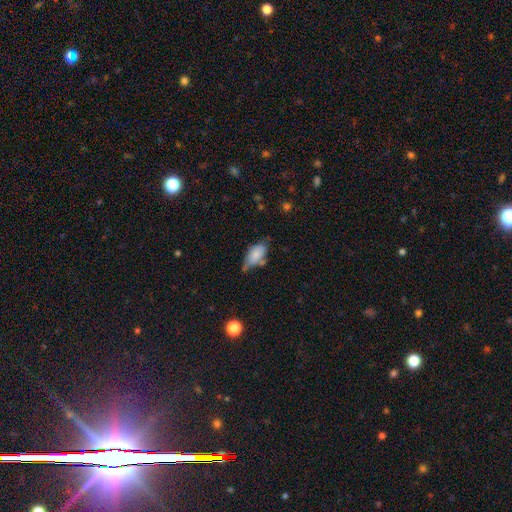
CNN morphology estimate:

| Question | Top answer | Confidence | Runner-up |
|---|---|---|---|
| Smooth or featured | smooth | 78% | featured or disk (15%) |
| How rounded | in between | 90% | cigar-shaped (7%) |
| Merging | none | 40% | minor disturbance (39%) |